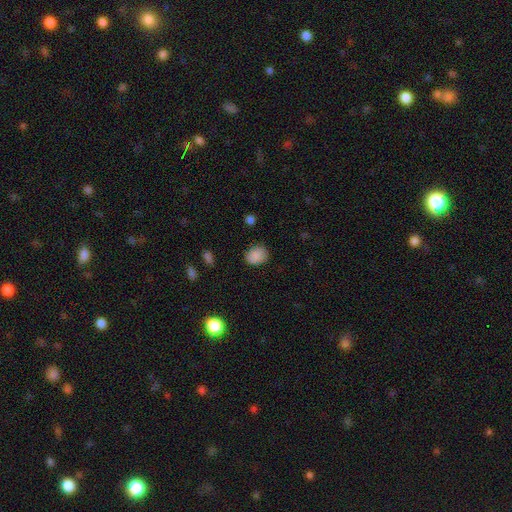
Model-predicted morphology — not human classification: Smooth or featured?
  - smooth: 86% *
  - star or artifact: 9%
  - featured or disk: 5%
How rounded?
  - in between: 58% *
  - round: 41%
  - cigar-shaped: 1%
Merging?
  - none: 79% *
  - minor disturbance: 16%
  - major disturbance: 4%
  - merger: 1%